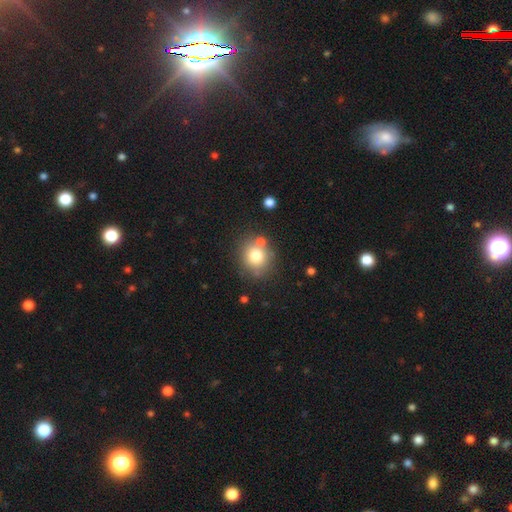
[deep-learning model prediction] Smooth or featured?
  - smooth: 76% *
  - star or artifact: 12%
  - featured or disk: 12%
How rounded?
  - round: 83% *
  - in between: 17%
  - cigar-shaped: 1%
Merging?
  - none: 73% *
  - merger: 12%
  - minor disturbance: 11%
  - major disturbance: 4%